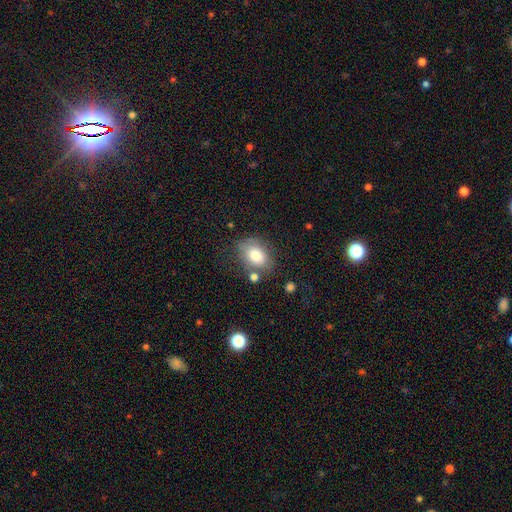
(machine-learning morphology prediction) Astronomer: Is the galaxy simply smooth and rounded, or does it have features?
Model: smooth — 78%.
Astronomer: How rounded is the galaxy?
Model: in between — 72%.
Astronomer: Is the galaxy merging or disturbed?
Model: none — 65%.